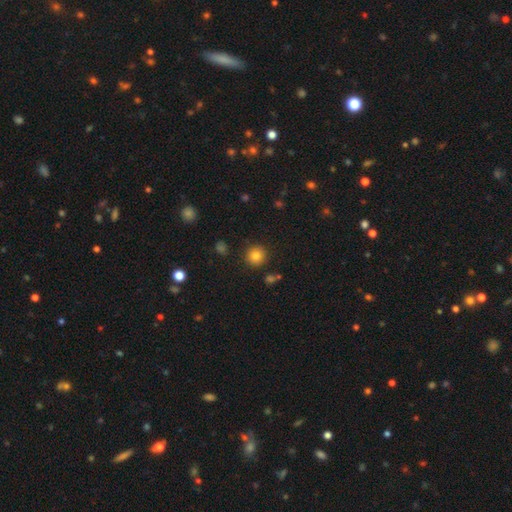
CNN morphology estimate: Smooth or featured? smooth (84%)
How rounded? round (93%)
Merging? none (89%)